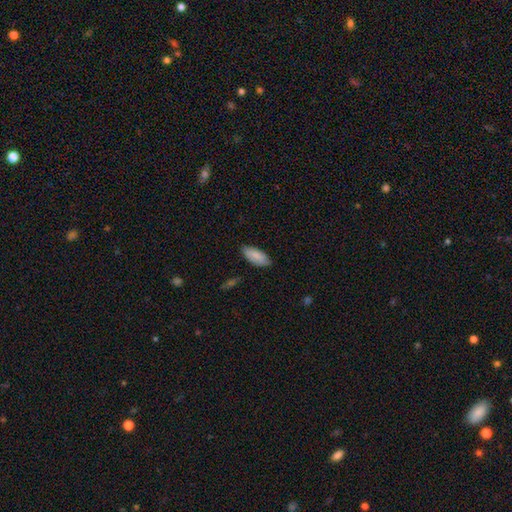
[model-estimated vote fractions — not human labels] This appears to be a smooth galaxy with no disk features (87%) that is in between round and cigar-shaped (88%). Merging: none (82%).